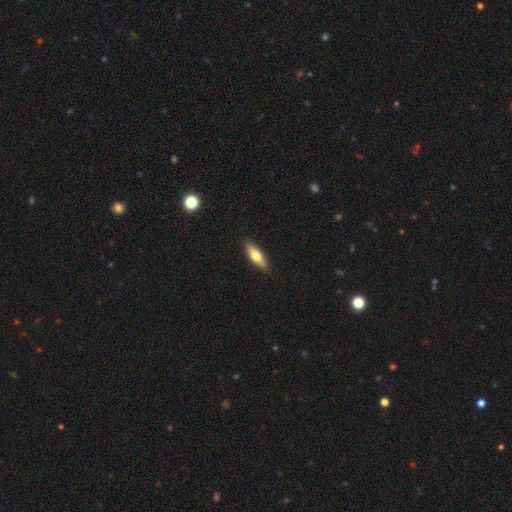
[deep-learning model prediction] Q: Smooth or featured?
A: smooth (51%); runner-up: featured or disk (43%)
Q: How rounded?
A: cigar-shaped (54%); runner-up: in between (43%)
Q: Merging?
A: none (90%); runner-up: minor disturbance (8%)